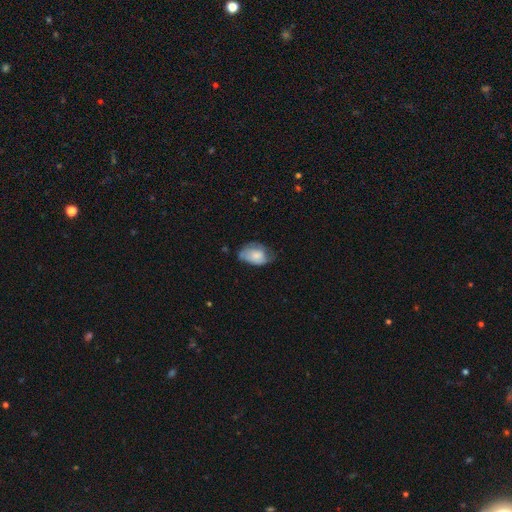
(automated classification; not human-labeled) The model was most divided on "merging": none: 40%, minor disturbance: 39%, major disturbance: 19%, merger: 2%. More confident: how rounded — in between (86%); smooth or featured — smooth (62%).